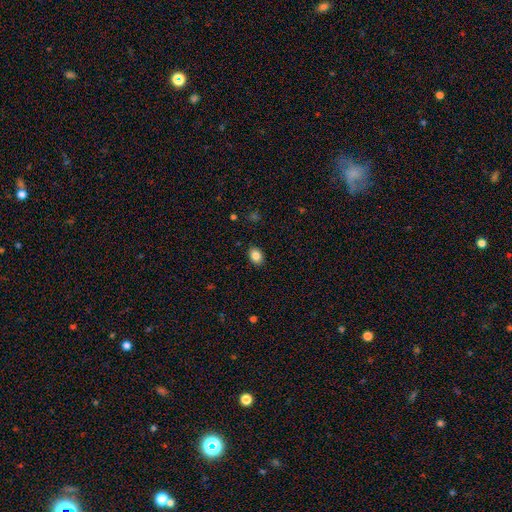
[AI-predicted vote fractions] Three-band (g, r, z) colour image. It shows a smooth galaxy with no disk features (85%) that is in between round and cigar-shaped (70%). Merging: none (89%).